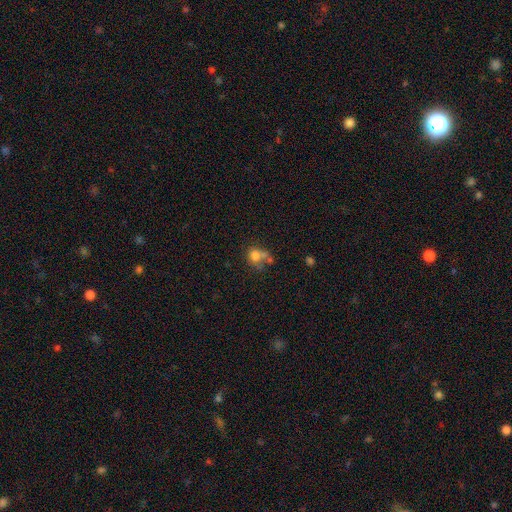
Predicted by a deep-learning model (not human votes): Smooth or featured: smooth — 72% (featured or disk — 15%)
How rounded: round — 68% (in between — 31%)
Merging: merger — 38% (none — 35%)